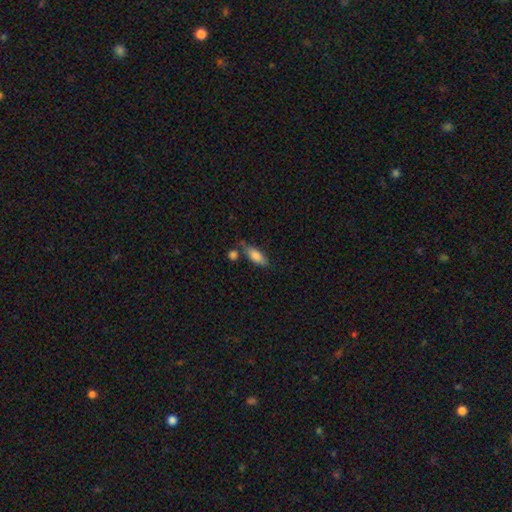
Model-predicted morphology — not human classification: Smooth or featured: smooth — 81% (featured or disk — 12%)
How rounded: in between — 72% (cigar-shaped — 25%)
Merging: none — 63% (minor disturbance — 19%)